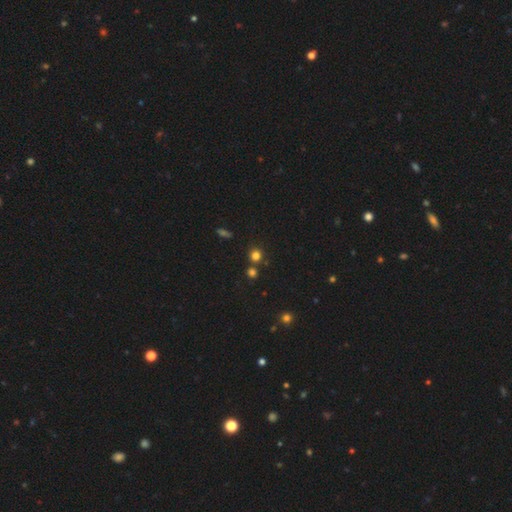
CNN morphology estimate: This is likely a smooth galaxy (76%). How rounded: clearly round (89%). Merging: likely none (74%).